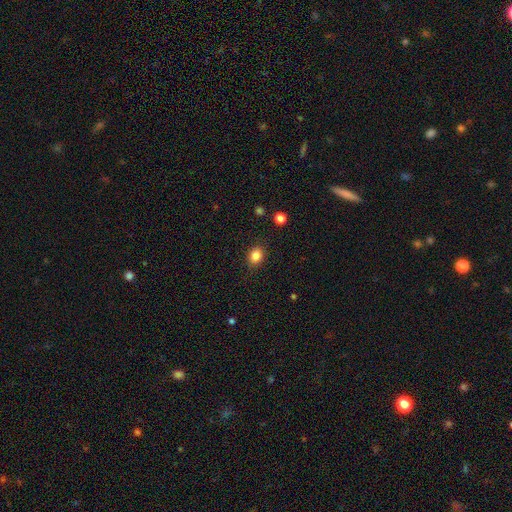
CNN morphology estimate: smooth_or_featured: smooth (p=0.84) [alt: star or artifact p=0.11]
how_rounded: in between (p=0.52) [alt: round p=0.47]
merging: none (p=0.85) [alt: minor disturbance p=0.11]